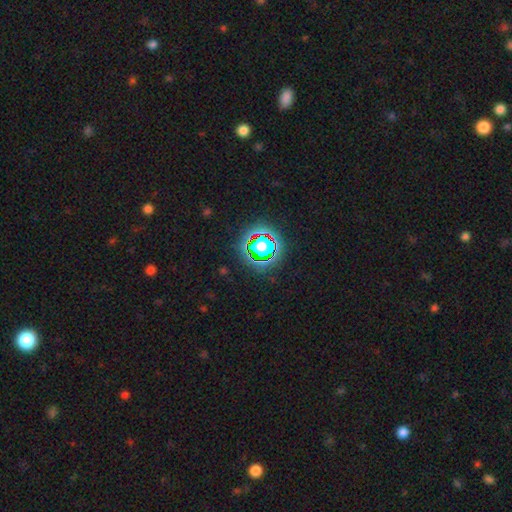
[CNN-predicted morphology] Overall: star or artifact (77%).